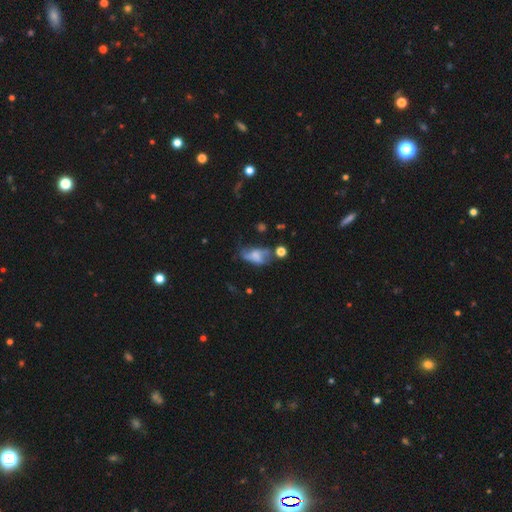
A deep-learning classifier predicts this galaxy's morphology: type=smooth (49%); merging=none (31%).